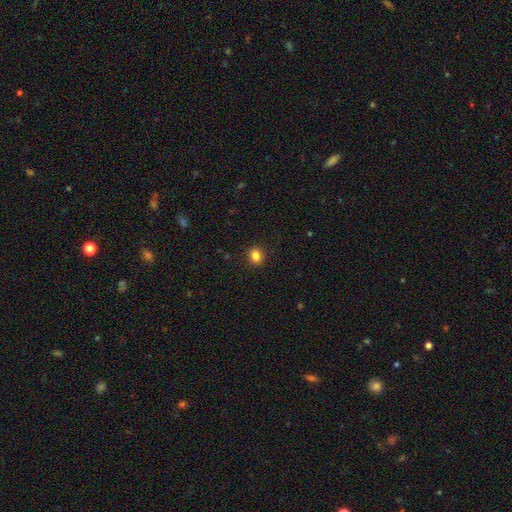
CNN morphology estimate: A smooth galaxy with no disk features (84%) that is round (67%).

Vote fractions:
- Smooth or featured? smooth: 84% / star or artifact: 11% / featured or disk: 4%
- How rounded? round: 67% / in between: 32% / cigar-shaped: 1%
- Merging? none: 91% / minor disturbance: 6% / major disturbance: 2% / merger: 1%